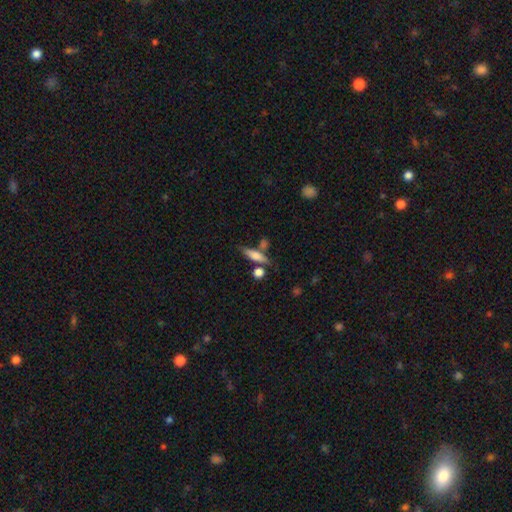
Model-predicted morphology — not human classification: A smooth galaxy with no disk features (63%) that is cigar-shaped (63%). Merging: none (63%).